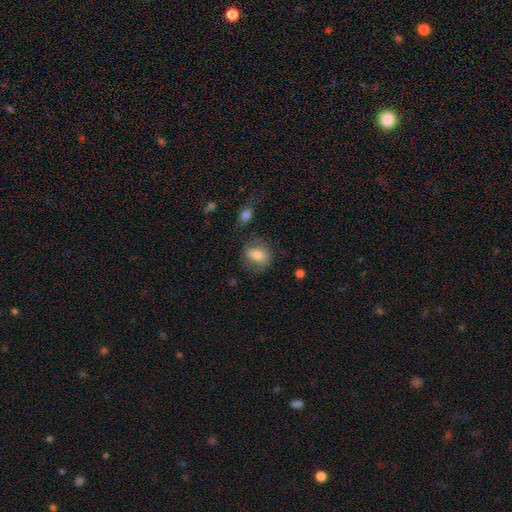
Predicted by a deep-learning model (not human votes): Q: Smooth or featured?
A: smooth (69%); runner-up: featured or disk (22%)
Q: How rounded?
A: in between (56%); runner-up: round (42%)
Q: Merging?
A: none (69%); runner-up: minor disturbance (18%)